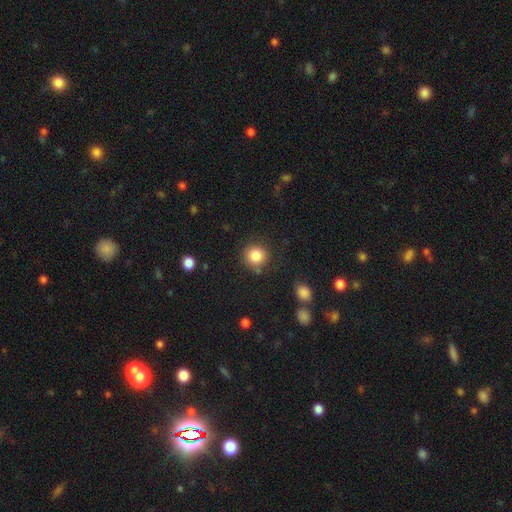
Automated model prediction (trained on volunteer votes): This is clearly a smooth galaxy (85%). How rounded: clearly round (91%). Merging: clearly none (84%).